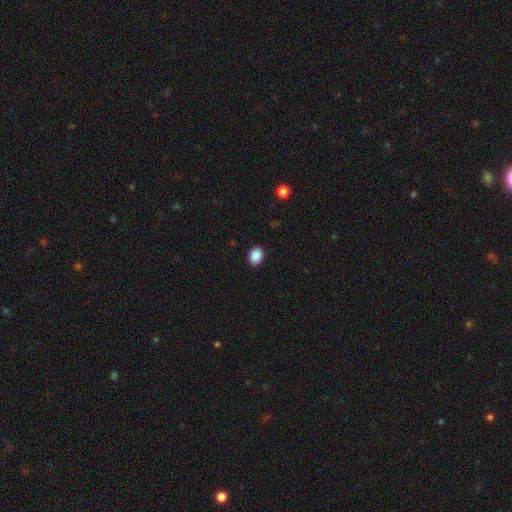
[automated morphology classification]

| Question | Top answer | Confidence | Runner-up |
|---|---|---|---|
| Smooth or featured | smooth | 89% | star or artifact (8%) |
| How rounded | in between | 58% | round (41%) |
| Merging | none | 91% | minor disturbance (6%) |